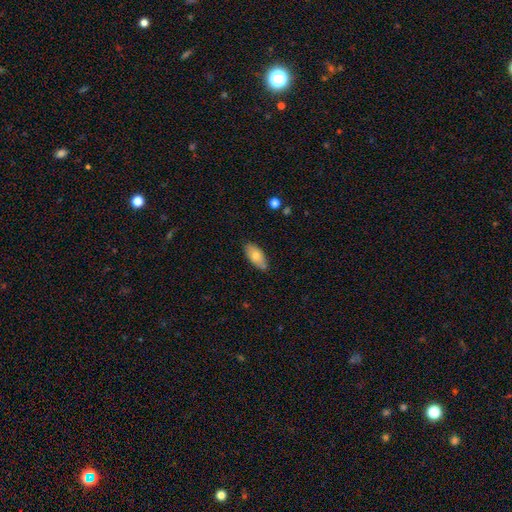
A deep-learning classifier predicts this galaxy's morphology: This appears to be a smooth galaxy with no disk features (72%) that is in between round and cigar-shaped (90%). Merging: none (78%).